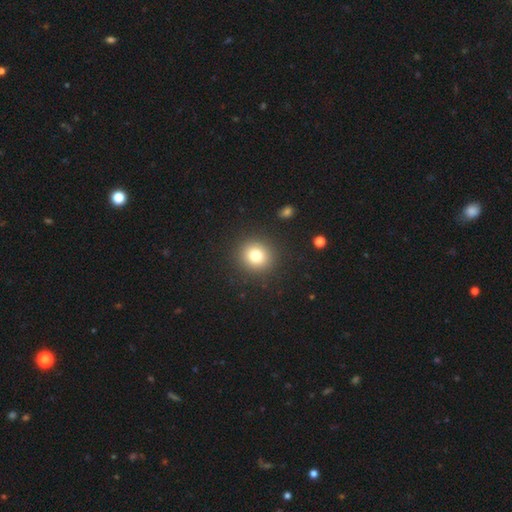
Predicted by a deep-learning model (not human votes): Overall: smooth (78%). How rounded: round (88%). Merging: none (90%).